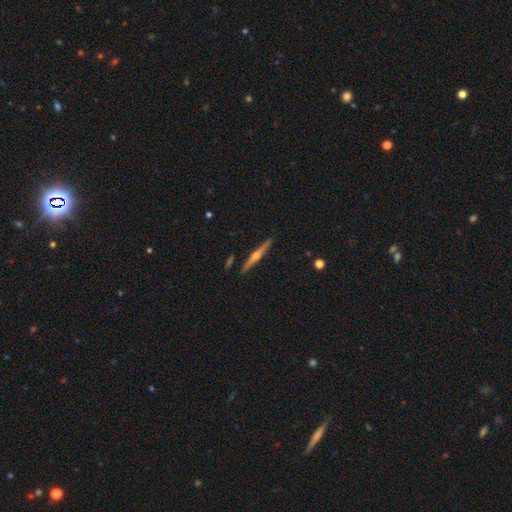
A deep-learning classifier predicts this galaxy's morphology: Q: Smooth or featured?
A: featured or disk (78%); runner-up: smooth (17%)
Q: Edge-on disk?
A: yes (98%); runner-up: no (2%)
Q: Edge-on bulge?
A: rounded (90%); runner-up: none (6%)
Q: Merging?
A: none (91%); runner-up: minor disturbance (6%)